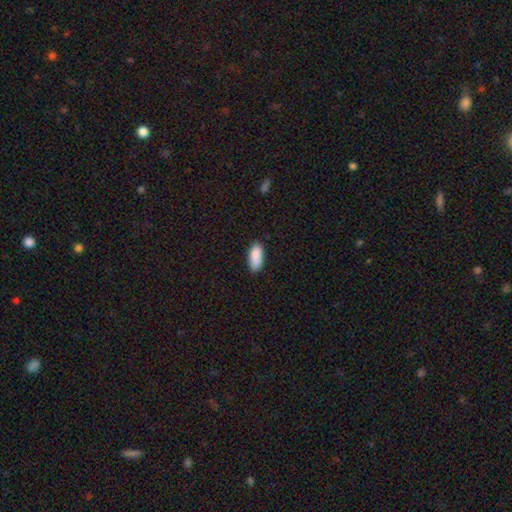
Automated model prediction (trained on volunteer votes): Smooth or featured?
  - smooth: 89% *
  - star or artifact: 7%
  - featured or disk: 4%
How rounded?
  - in between: 84% *
  - cigar-shaped: 14%
  - round: 2%
Merging?
  - none: 83% *
  - minor disturbance: 13%
  - major disturbance: 2%
  - merger: 1%